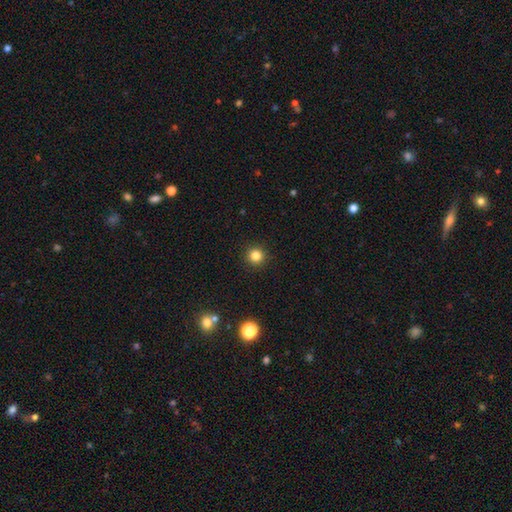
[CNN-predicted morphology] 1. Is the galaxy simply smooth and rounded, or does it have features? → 82% smooth, 13% star or artifact, 5% featured or disk.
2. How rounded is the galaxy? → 95% round, 4% in between, 1% cigar-shaped.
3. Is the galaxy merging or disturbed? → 93% none, 4% minor disturbance, 2% major disturbance, 1% merger.